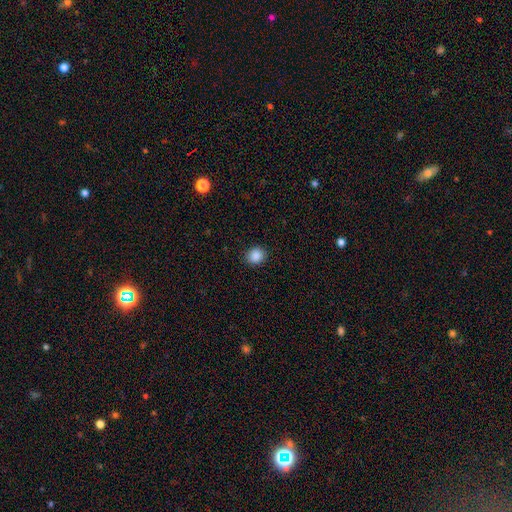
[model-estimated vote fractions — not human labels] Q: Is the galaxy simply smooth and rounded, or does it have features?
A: smooth — 88%.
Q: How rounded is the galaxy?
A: round — 74%.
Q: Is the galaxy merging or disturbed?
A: none — 90%.